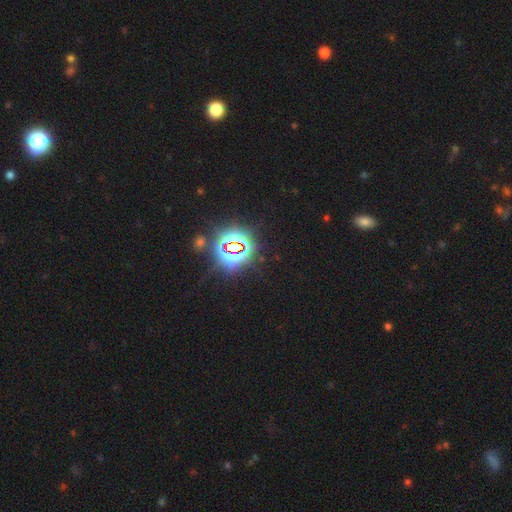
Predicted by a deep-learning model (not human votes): Morphology: type=star or artifact (75%).